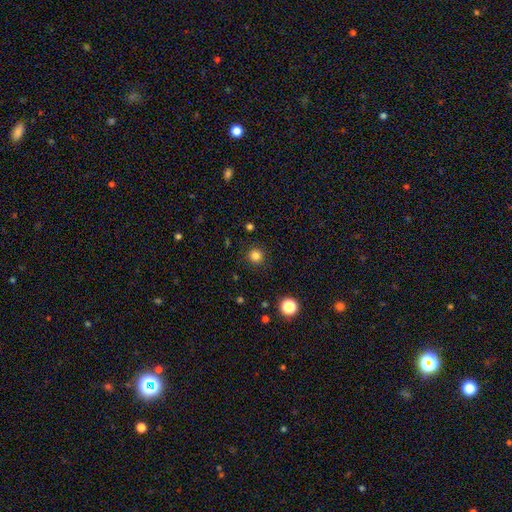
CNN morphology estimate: A smooth galaxy with no disk features (83%) that is round (95%).

Vote fractions:
- Smooth or featured? smooth: 83% / star or artifact: 13% / featured or disk: 4%
- How rounded? round: 95% / in between: 4% / cigar-shaped: 1%
- Merging? none: 91% / minor disturbance: 6% / major disturbance: 2% / merger: 1%